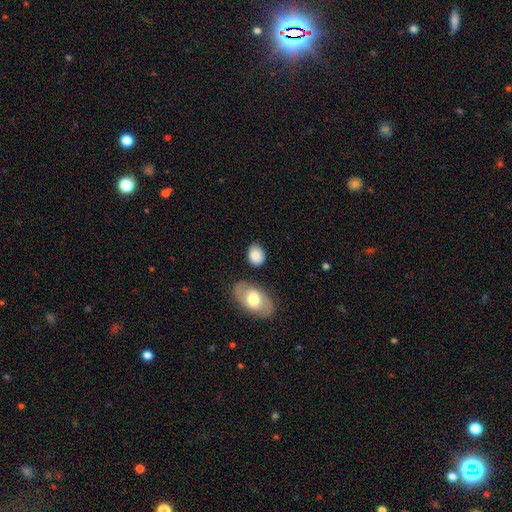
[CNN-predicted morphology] Smooth or featured: smooth — 84% (featured or disk — 9%)
How rounded: in between — 67% (round — 32%)
Merging: none — 75% (minor disturbance — 14%)